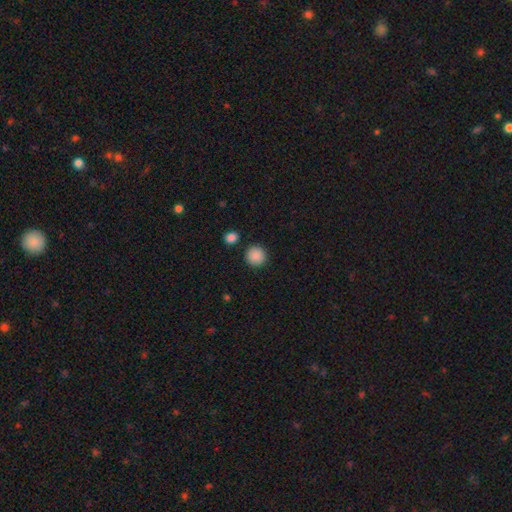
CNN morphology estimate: A smooth galaxy with no disk features (89%) that is round (94%).

Vote fractions:
- Smooth or featured? smooth: 89% / star or artifact: 9% / featured or disk: 3%
- How rounded? round: 94% / in between: 5% / cigar-shaped: 1%
- Merging? none: 89% / minor disturbance: 6% / merger: 3% / major disturbance: 2%